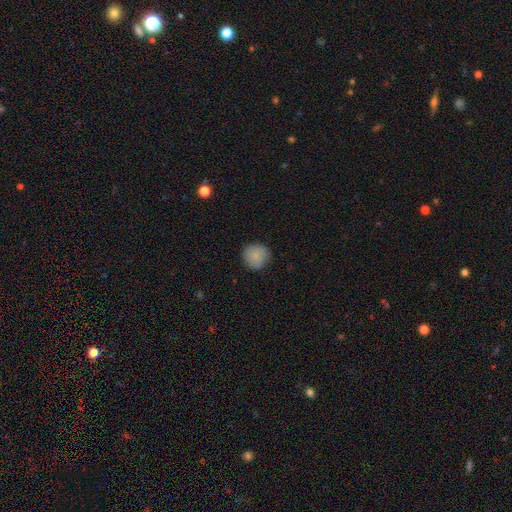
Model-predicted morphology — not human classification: Smooth or featured: smooth — 85% (star or artifact — 8%)
How rounded: round — 91% (in between — 8%)
Merging: none — 82% (minor disturbance — 14%)